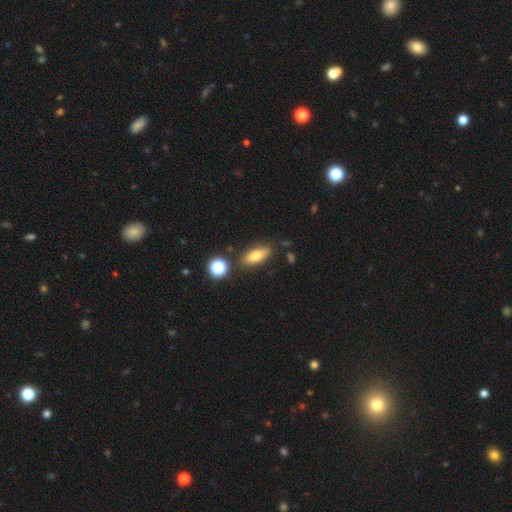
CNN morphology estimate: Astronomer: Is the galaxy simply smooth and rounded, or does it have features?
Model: smooth — 73%.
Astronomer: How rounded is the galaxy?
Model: in between — 72%.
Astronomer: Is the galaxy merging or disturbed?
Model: none — 81%.